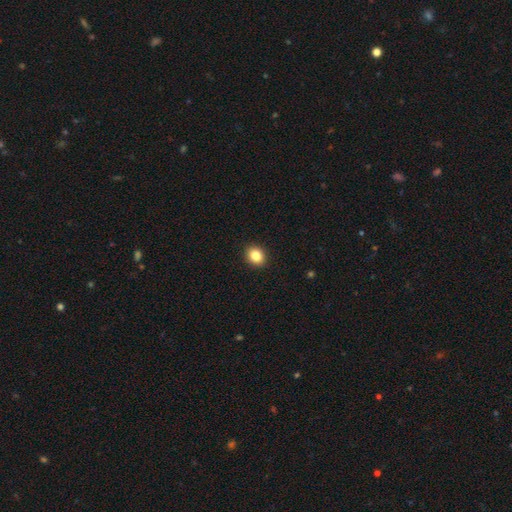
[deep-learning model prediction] smooth_or_featured: smooth (p=0.85) [alt: star or artifact p=0.10]
how_rounded: round (p=0.62) [alt: in between p=0.37]
merging: none (p=0.92) [alt: minor disturbance p=0.05]